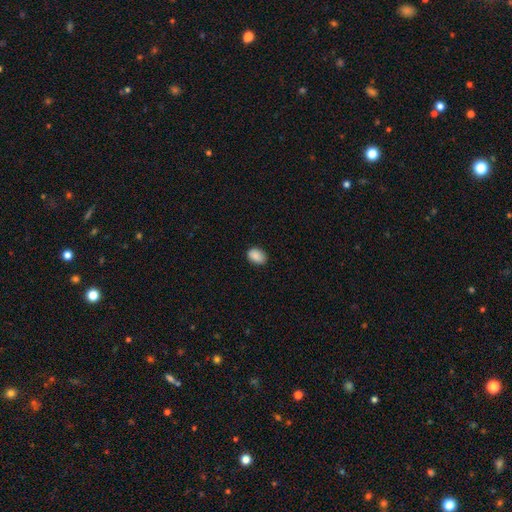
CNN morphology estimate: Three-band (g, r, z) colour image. It shows a smooth galaxy with no disk features (88%) that is in between round and cigar-shaped (79%). Merging: none (85%).